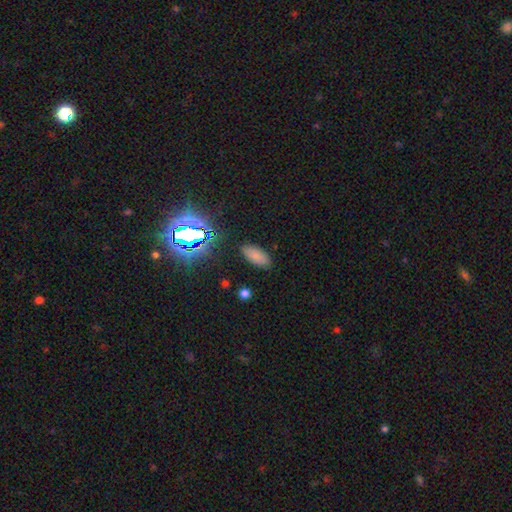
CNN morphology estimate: Smooth or featured? Predicted: smooth (p=0.77). How rounded? Predicted: in between (p=0.89). Merging? Predicted: none (p=0.86).